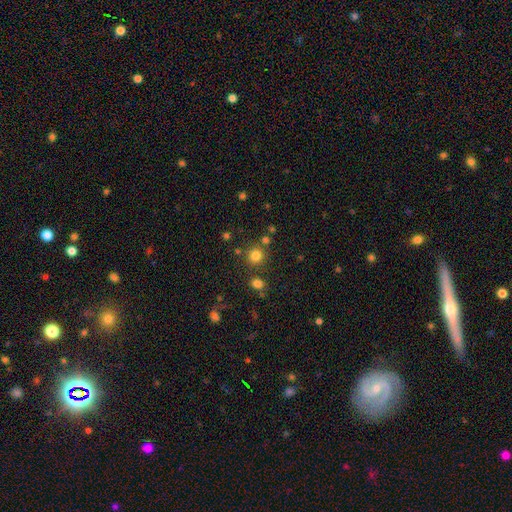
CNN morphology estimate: Smooth or featured: smooth — 78% (star or artifact — 16%)
How rounded: round — 91% (in between — 8%)
Merging: none — 80% (merger — 9%)